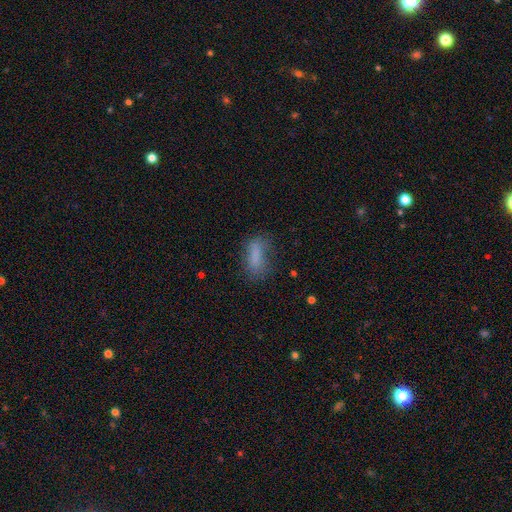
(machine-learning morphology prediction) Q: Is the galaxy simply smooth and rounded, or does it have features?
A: smooth — 78%.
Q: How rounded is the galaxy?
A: in between — 76%.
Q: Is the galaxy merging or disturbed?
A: none — 58%.